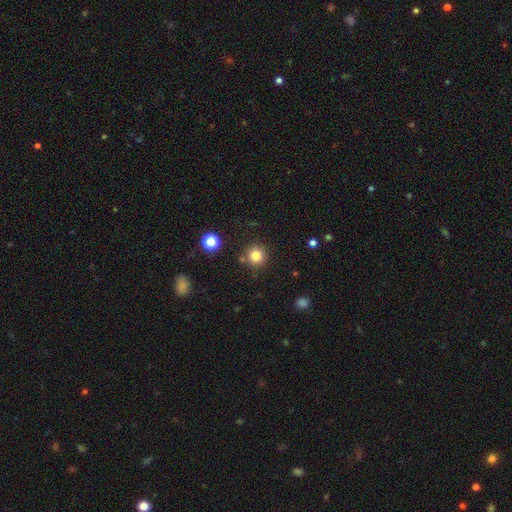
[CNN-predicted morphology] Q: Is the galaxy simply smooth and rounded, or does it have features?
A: smooth — 81%.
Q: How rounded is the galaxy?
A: round — 93%.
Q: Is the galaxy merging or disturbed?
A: none — 84%.